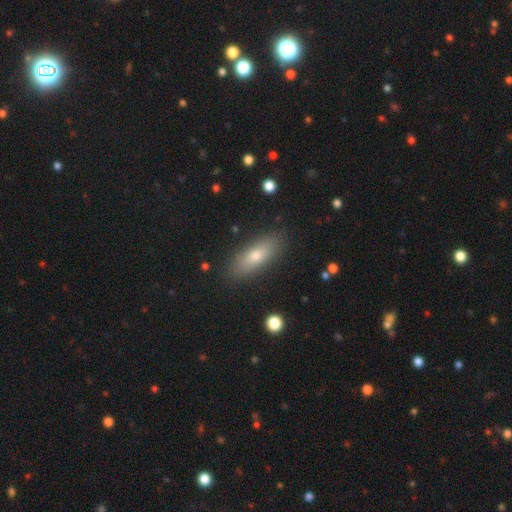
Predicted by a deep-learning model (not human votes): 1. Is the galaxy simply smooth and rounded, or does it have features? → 68% smooth, 24% featured or disk, 8% star or artifact.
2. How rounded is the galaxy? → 63% in between, 34% cigar-shaped, 3% round.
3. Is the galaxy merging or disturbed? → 87% none, 9% minor disturbance, 3% major disturbance, 1% merger.